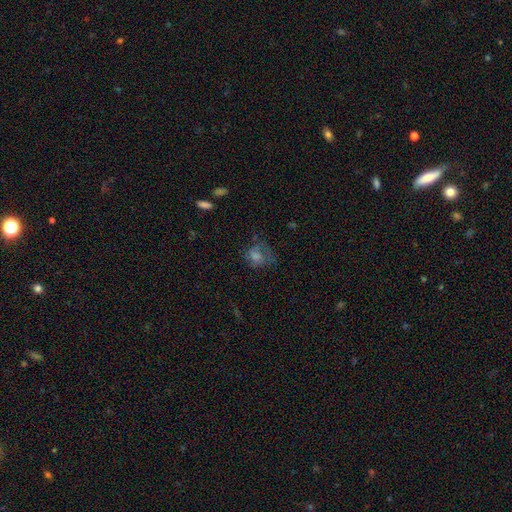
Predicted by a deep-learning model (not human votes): The model was most divided on "smooth or featured": smooth: 48%, featured or disk: 28%, star or artifact: 24%. Remaining: merging — none (47%).